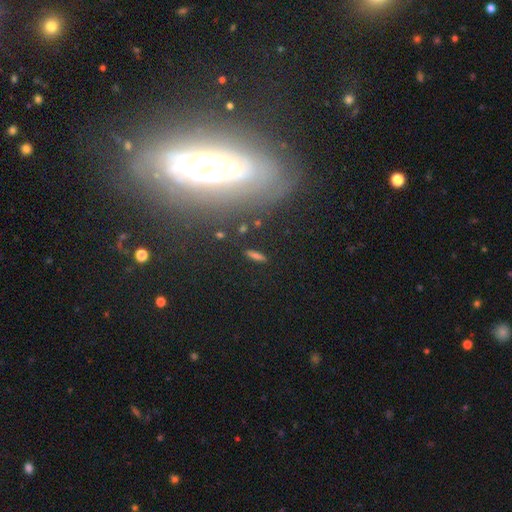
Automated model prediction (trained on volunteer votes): A smooth galaxy with no disk features (50%). Merging: none (83%).